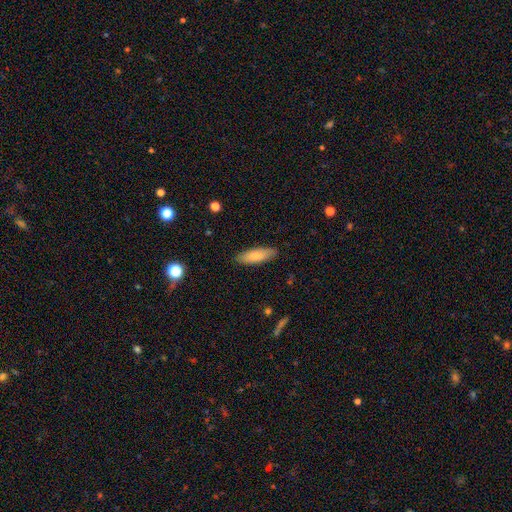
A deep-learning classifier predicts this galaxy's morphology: Smooth or featured: smooth — 83% (featured or disk — 11%)
How rounded: in between — 54% (cigar-shaped — 45%)
Merging: none — 87% (minor disturbance — 10%)